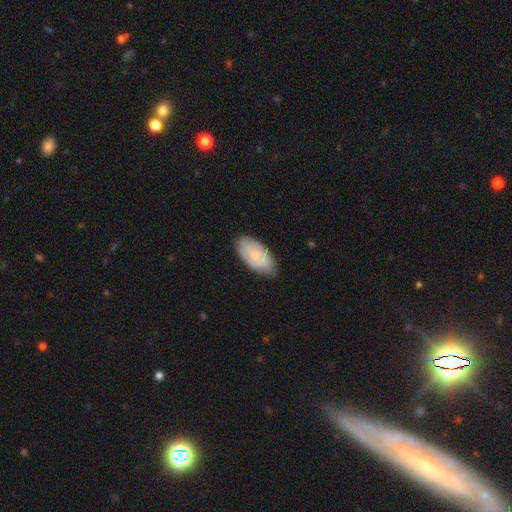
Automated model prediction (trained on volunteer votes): A smooth galaxy with no disk features (55%) that is in between round and cigar-shaped (93%).

Vote fractions:
- Smooth or featured? smooth: 55% / featured or disk: 38% / star or artifact: 6%
- How rounded? in between: 93% / cigar-shaped: 4% / round: 3%
- Merging? none: 75% / minor disturbance: 21% / major disturbance: 3% / merger: 1%